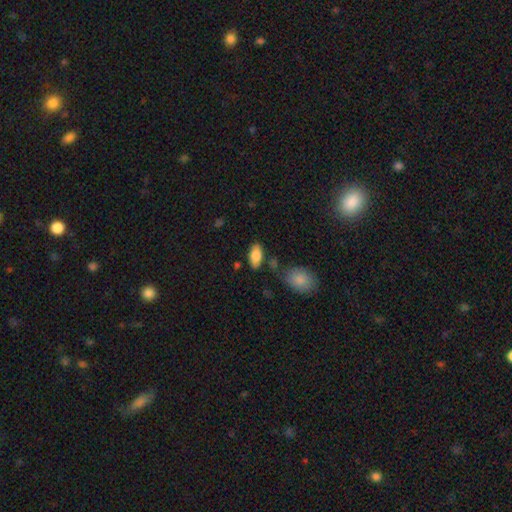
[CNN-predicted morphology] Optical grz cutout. It shows a smooth galaxy with no disk features (83%) that is in between round and cigar-shaped (92%). Merging: none (78%).